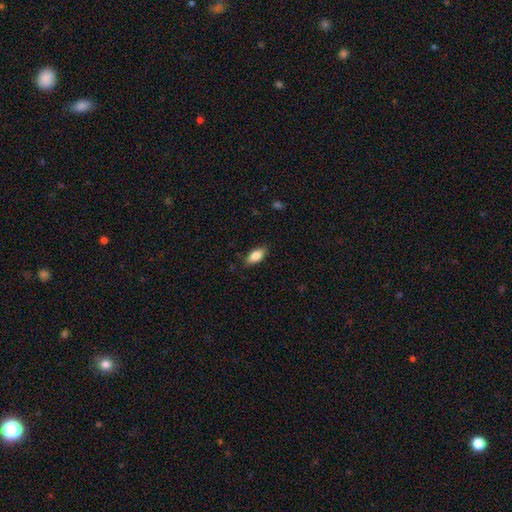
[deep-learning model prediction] Smooth or featured?
  - smooth: 78% *
  - featured or disk: 15%
  - star or artifact: 7%
How rounded?
  - in between: 85% *
  - cigar-shaped: 12%
  - round: 3%
Merging?
  - none: 85% *
  - minor disturbance: 11%
  - major disturbance: 2%
  - merger: 1%